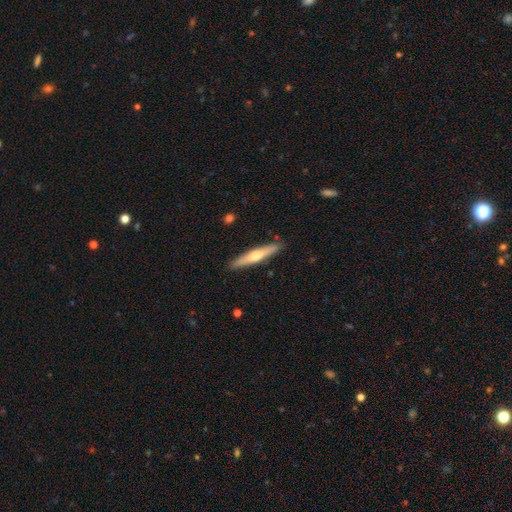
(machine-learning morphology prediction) smooth_or_featured: featured or disk (p=0.49) [alt: smooth p=0.46]
merging: none (p=0.89) [alt: minor disturbance p=0.08]